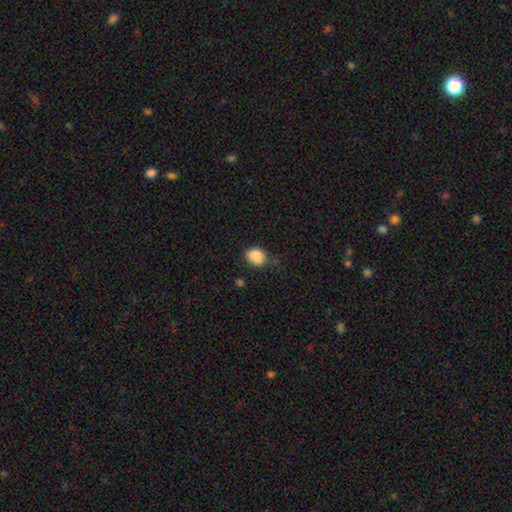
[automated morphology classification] Smooth or featured: smooth — 86% (star or artifact — 9%)
How rounded: in between — 52% (round — 47%)
Merging: none — 71% (minor disturbance — 22%)